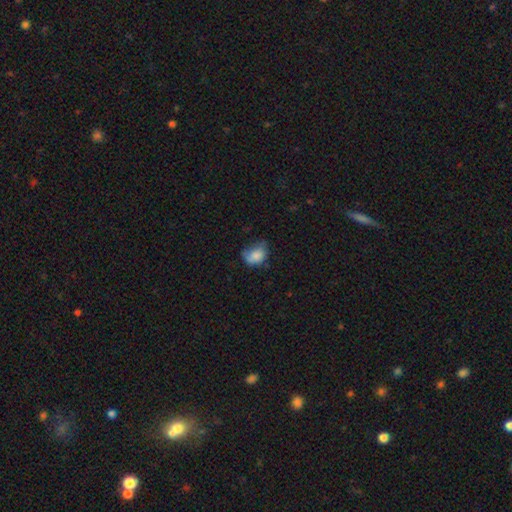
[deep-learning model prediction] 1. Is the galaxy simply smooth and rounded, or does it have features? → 75% smooth, 16% featured or disk, 10% star or artifact.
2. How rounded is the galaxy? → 65% in between, 34% round, 1% cigar-shaped.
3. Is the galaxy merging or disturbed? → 37% minor disturbance, 36% none, 22% major disturbance, 4% merger.